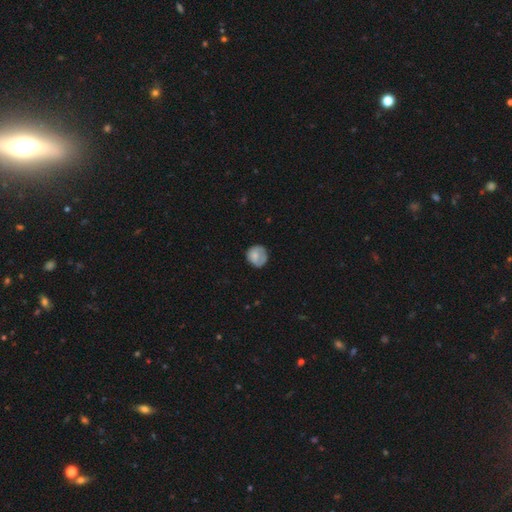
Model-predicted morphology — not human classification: This appears to be a smooth galaxy with no disk features (71%) that is round (83%). Merging: none (64%).